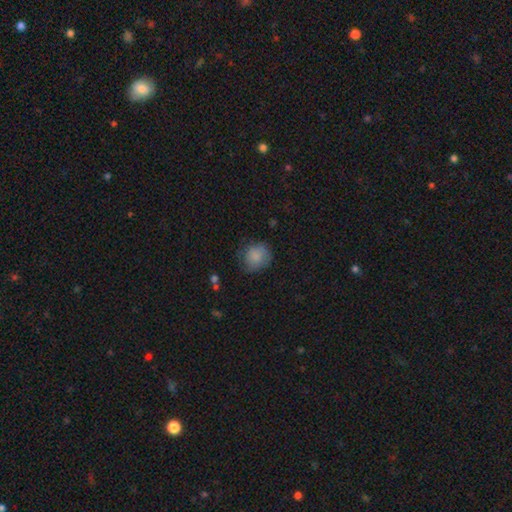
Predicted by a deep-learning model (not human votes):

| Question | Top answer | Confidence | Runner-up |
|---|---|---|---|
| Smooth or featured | smooth | 81% | featured or disk (11%) |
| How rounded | round | 81% | in between (18%) |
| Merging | none | 66% | minor disturbance (24%) |